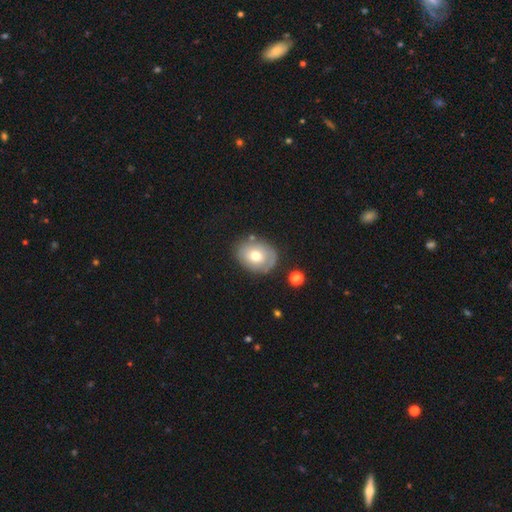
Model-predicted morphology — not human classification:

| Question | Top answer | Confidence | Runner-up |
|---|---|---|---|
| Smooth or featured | smooth | 60% | featured or disk (32%) |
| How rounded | in between | 53% | round (46%) |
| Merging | none | 73% | minor disturbance (17%) |